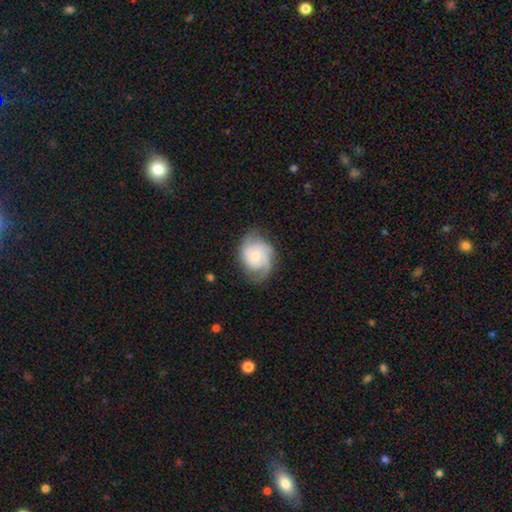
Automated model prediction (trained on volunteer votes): smooth-or-featured: featured or disk: 73% | smooth: 21% | star or artifact: 6%
  disk-edge-on: no: 98% | yes: 2%
    bar: no: 68% | weak: 28% | strong: 4%
    has-spiral-arms: yes: 93% | no: 7%
      spiral-winding: medium: 43% | tight: 40% | loose: 17%
      spiral-arm-count: 2: 44% | 3: 22% | can't tell: 18% | 1: 10% | 4: 3% | more than 4: 3%
    bulge-size: small: 55% | moderate: 37% | none: 3% | large: 3% | dominant: 1%
  merging: none: 64% | minor disturbance: 23% | major disturbance: 12% | merger: 1%